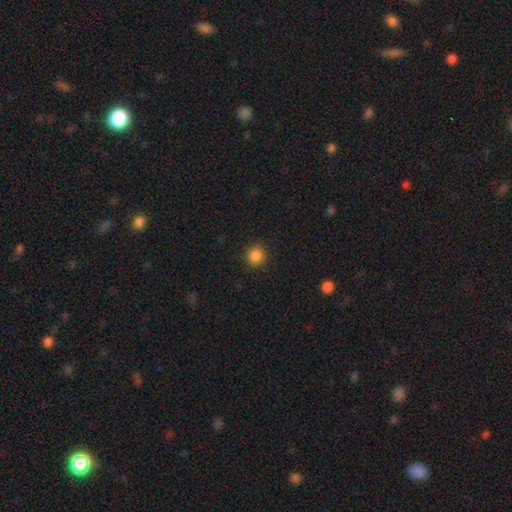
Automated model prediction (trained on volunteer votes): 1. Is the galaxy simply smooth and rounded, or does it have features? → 86% smooth, 11% star or artifact, 3% featured or disk.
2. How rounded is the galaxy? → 93% round, 6% in between, 1% cigar-shaped.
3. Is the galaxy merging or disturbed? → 91% none, 6% minor disturbance, 2% major disturbance, 1% merger.